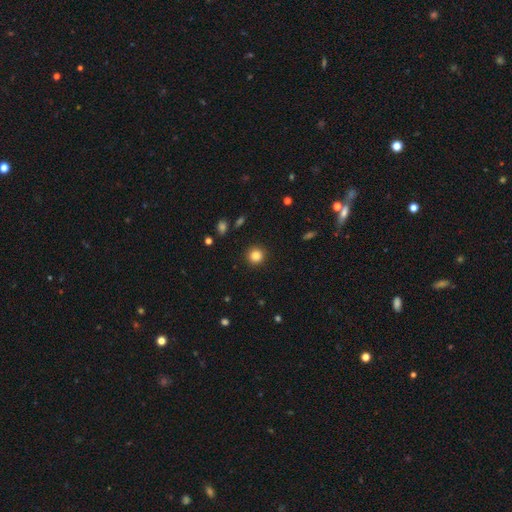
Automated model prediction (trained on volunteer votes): Overall: smooth (84%). How rounded: round (94%). Merging: none (92%).